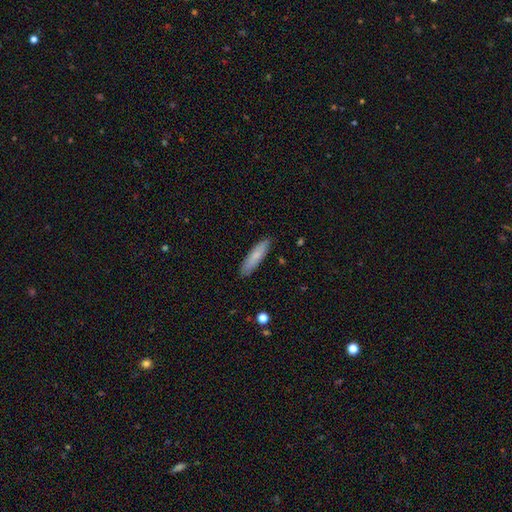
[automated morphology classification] smooth_or_featured: smooth (p=0.75) [alt: featured or disk p=0.19]
how_rounded: cigar-shaped (p=0.72) [alt: in between p=0.26]
merging: none (p=0.87) [alt: minor disturbance p=0.10]